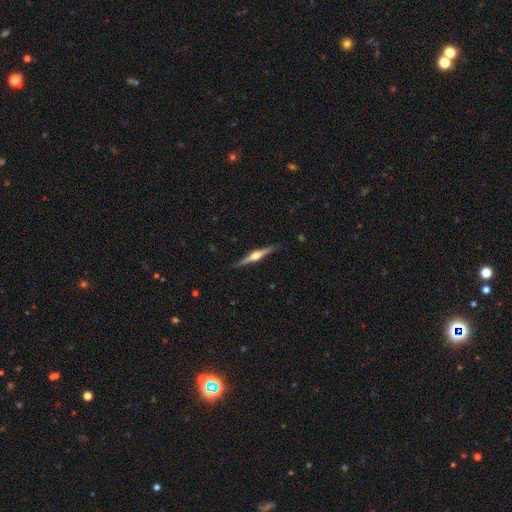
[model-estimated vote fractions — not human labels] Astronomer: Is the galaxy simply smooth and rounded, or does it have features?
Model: featured or disk — 82%.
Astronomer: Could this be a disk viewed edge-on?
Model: yes — 98%.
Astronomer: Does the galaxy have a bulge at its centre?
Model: rounded — 94%.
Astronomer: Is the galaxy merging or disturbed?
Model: none — 89%.